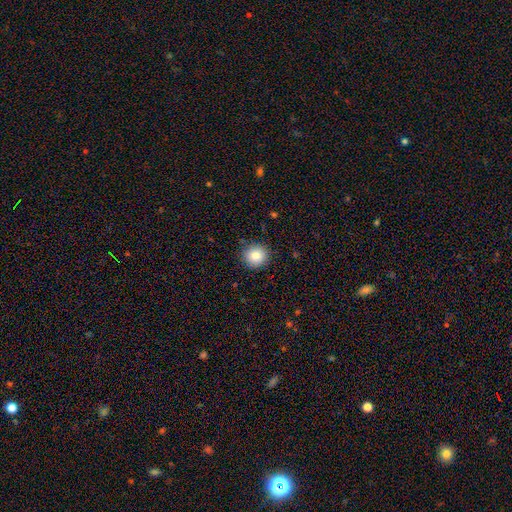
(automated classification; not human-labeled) Smooth or featured? Predicted: smooth (p=0.82). How rounded? Predicted: round (p=0.93). Merging? Predicted: none (p=0.88).